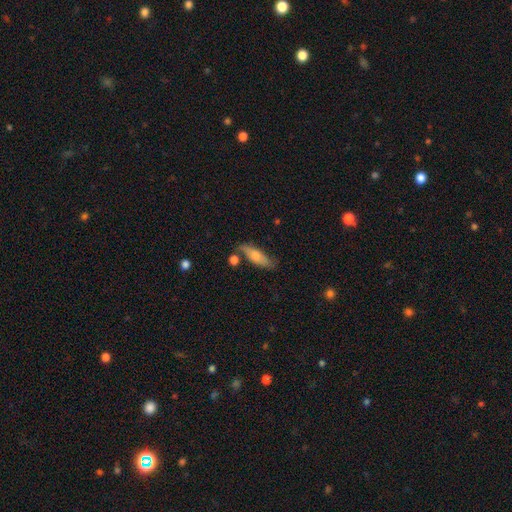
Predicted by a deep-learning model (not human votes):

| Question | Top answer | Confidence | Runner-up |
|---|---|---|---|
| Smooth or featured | smooth | 69% | featured or disk (25%) |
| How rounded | in between | 49% | cigar-shaped (48%) |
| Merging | none | 63% | minor disturbance (22%) |